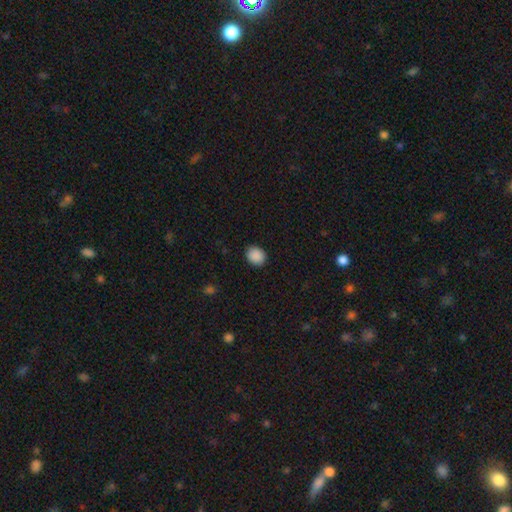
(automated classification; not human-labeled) Q: Smooth or featured?
A: smooth (89%); runner-up: star or artifact (8%)
Q: How rounded?
A: round (61%); runner-up: in between (38%)
Q: Merging?
A: none (89%); runner-up: minor disturbance (8%)